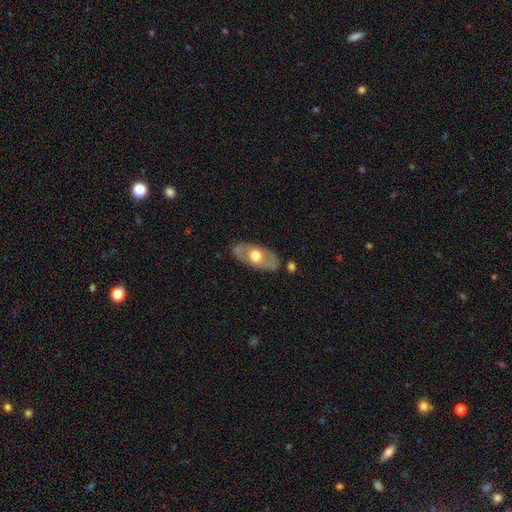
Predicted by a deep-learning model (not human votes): Smooth or featured? Predicted: featured or disk (p=0.51). Edge-on disk? Predicted: no (p=0.78). Merging? Predicted: none (p=0.80).